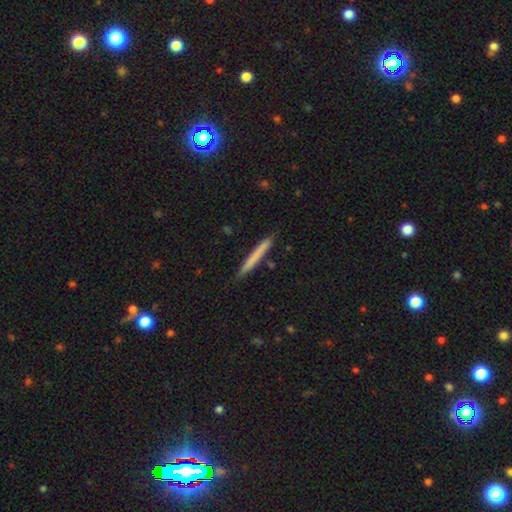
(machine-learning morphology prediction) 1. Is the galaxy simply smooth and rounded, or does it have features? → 68% smooth, 26% featured or disk, 6% star or artifact.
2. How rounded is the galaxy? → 97% cigar-shaped, 2% in between, 1% round.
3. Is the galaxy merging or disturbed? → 89% none, 8% minor disturbance, 2% merger, 1% major disturbance.